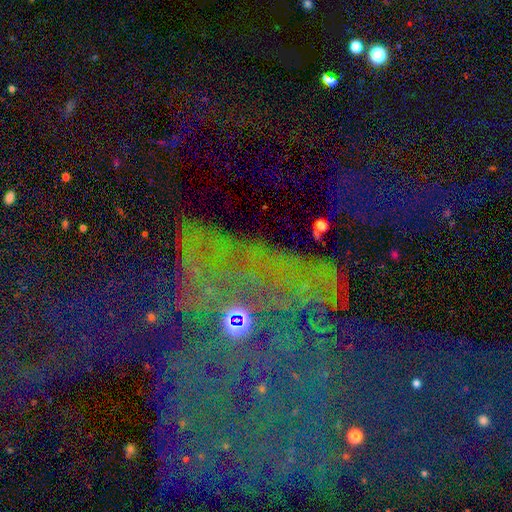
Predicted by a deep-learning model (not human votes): Smooth or featured? star or artifact (70%)